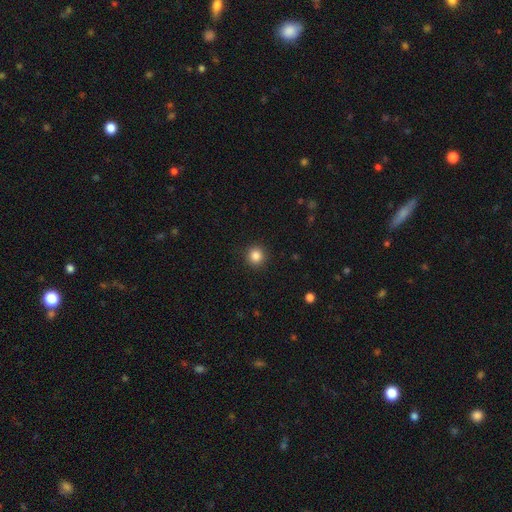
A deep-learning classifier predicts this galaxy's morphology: Smooth or featured: smooth — 85% (star or artifact — 11%)
How rounded: round — 94% (in between — 5%)
Merging: none — 92% (minor disturbance — 5%)